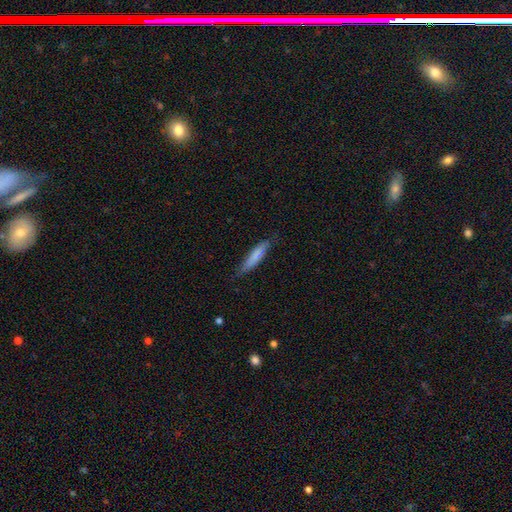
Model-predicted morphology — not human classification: A smooth galaxy with no disk features (75%) that is cigar-shaped (85%). Merging: none (75%).